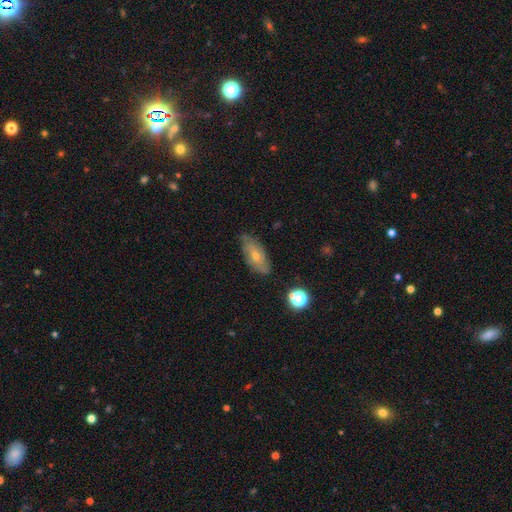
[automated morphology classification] The model was most divided on "smooth or featured": featured or disk: 57%, smooth: 32%, star or artifact: 11%. More confident: edge-on disk — no (84%); merging — none (78%).